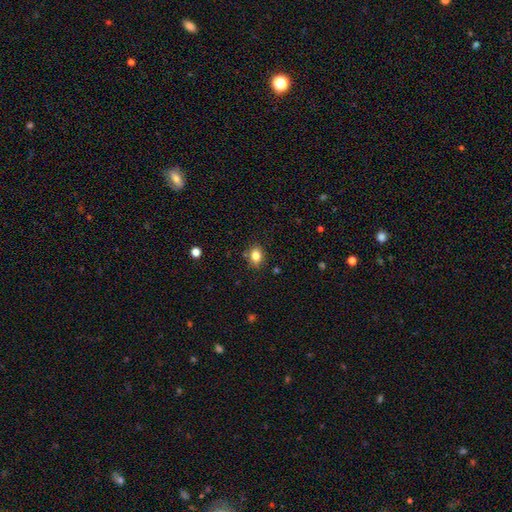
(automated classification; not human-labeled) The model was most divided on "how rounded": in between: 61%, round: 38%, cigar-shaped: 1%. More confident: merging — none (83%); smooth or featured — smooth (82%).